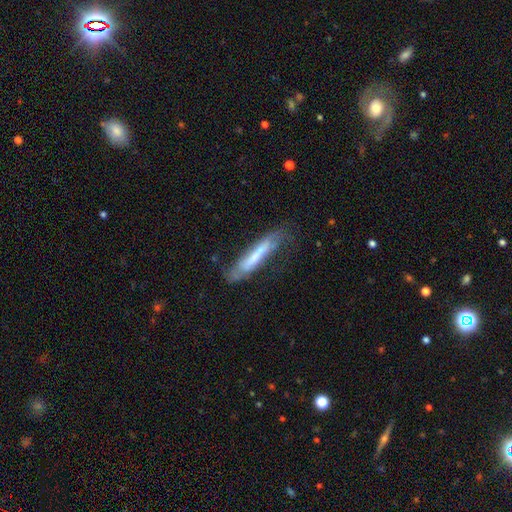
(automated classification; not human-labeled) Morphology: type=smooth (46%, tied with featured or disk); merging=none (51%).